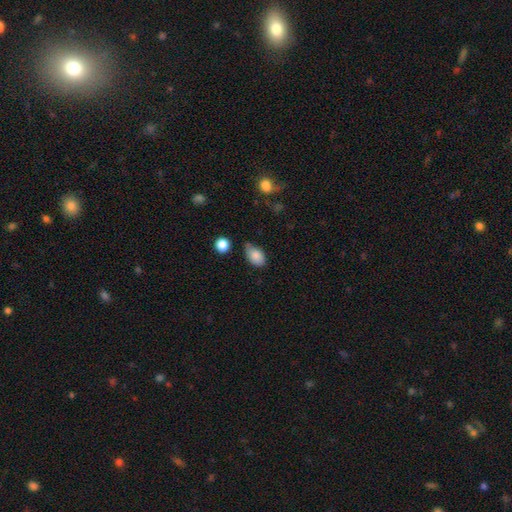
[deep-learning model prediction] This is clearly a smooth galaxy (85%). How rounded: clearly in between (88%). Merging: possibly none (57%).